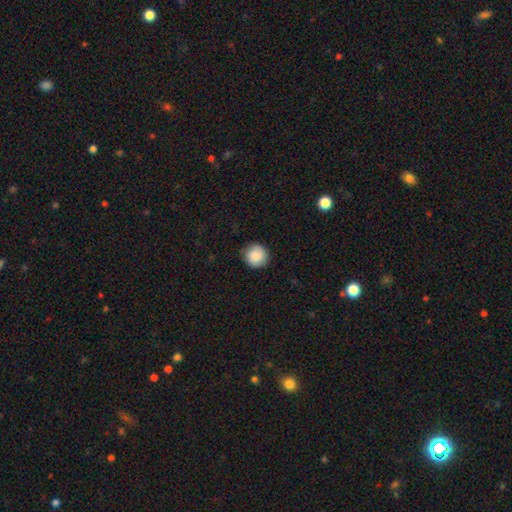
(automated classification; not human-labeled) Overall: smooth (87%). How rounded: round (94%). Merging: none (89%).